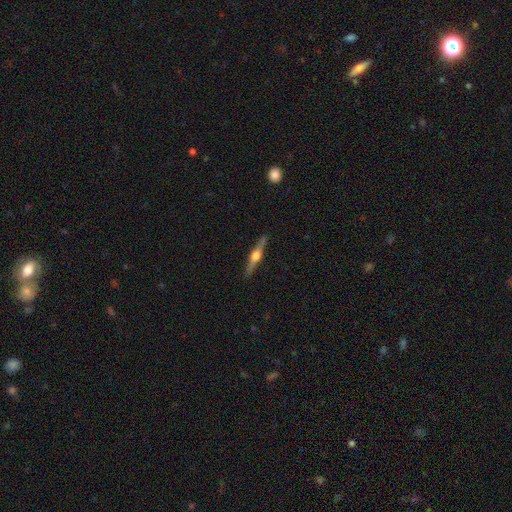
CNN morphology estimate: Smooth or featured: featured or disk — 78% (smooth — 16%)
Edge-on disk: yes — 98% (no — 2%)
Edge-on bulge: rounded — 93% (boxy — 6%)
Merging: none — 90% (minor disturbance — 7%)